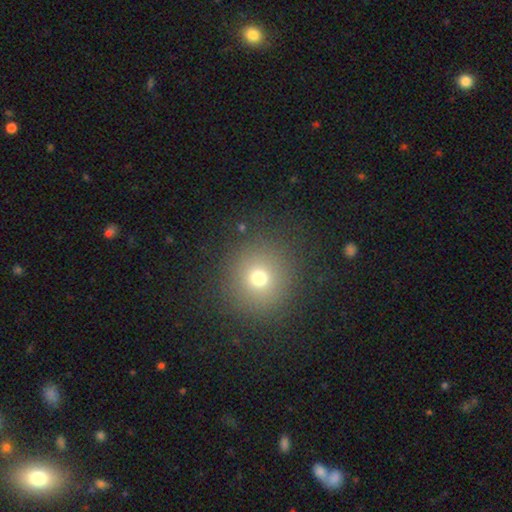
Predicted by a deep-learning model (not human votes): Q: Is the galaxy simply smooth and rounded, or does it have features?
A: smooth — 67%.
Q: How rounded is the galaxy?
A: round — 94%.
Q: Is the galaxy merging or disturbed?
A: none — 91%.